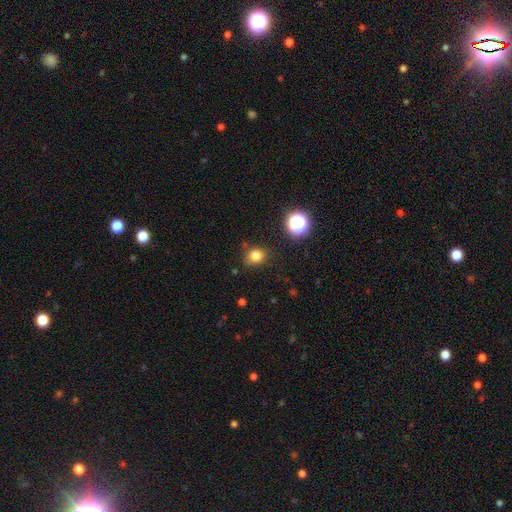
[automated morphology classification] This appears to be a smooth galaxy with no disk features (80%) that is round (63%). Merging: none (80%).